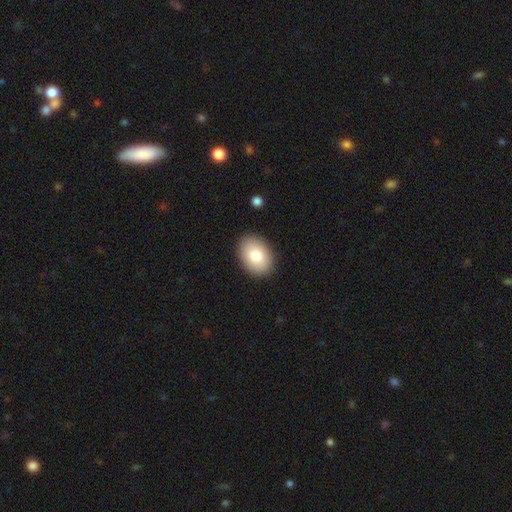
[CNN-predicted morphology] type=smooth (82%); roundness=in between (81%); merging=none (89%).